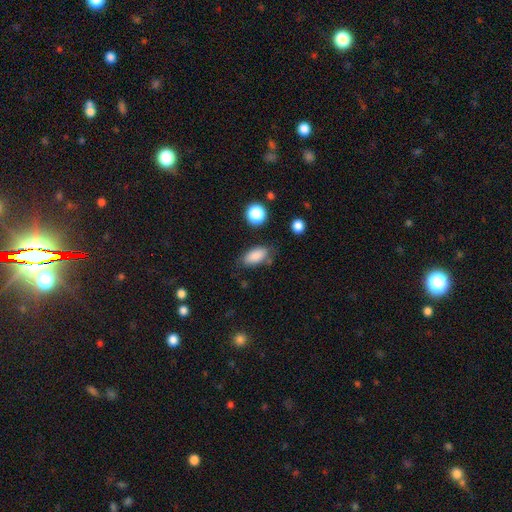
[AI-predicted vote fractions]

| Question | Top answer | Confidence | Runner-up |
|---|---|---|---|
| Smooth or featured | smooth | 86% | star or artifact (9%) |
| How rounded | in between | 89% | cigar-shaped (7%) |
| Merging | none | 74% | minor disturbance (18%) |